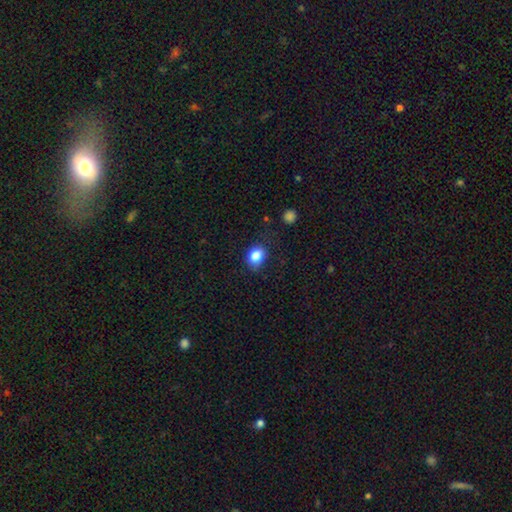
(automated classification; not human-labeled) This is clearly a smooth galaxy (85%). How rounded: possibly in between (60%). Merging: likely none (73%).